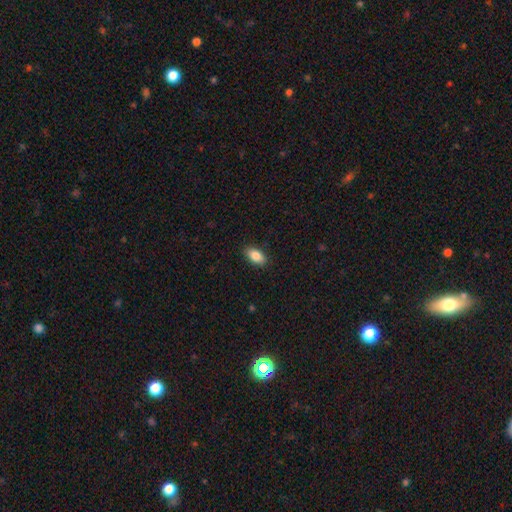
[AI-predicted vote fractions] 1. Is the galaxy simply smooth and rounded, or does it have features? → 86% smooth, 7% star or artifact, 6% featured or disk.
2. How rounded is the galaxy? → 91% in between, 5% round, 4% cigar-shaped.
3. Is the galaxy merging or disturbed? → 89% none, 9% minor disturbance, 2% major disturbance, 1% merger.